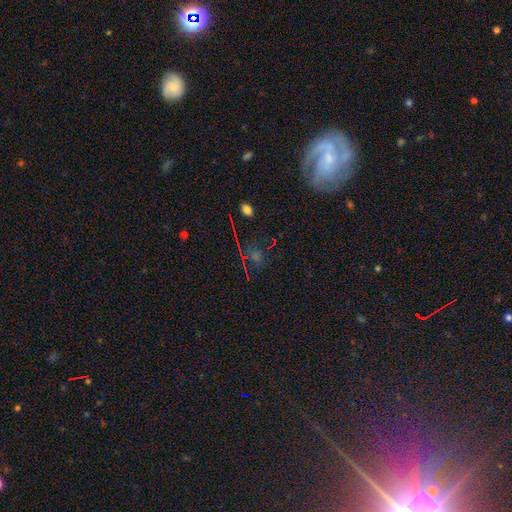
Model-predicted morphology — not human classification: A star or artifact, not a galaxy (47%).

Vote fractions:
- Smooth or featured? star or artifact: 47% / smooth: 29% / featured or disk: 24%